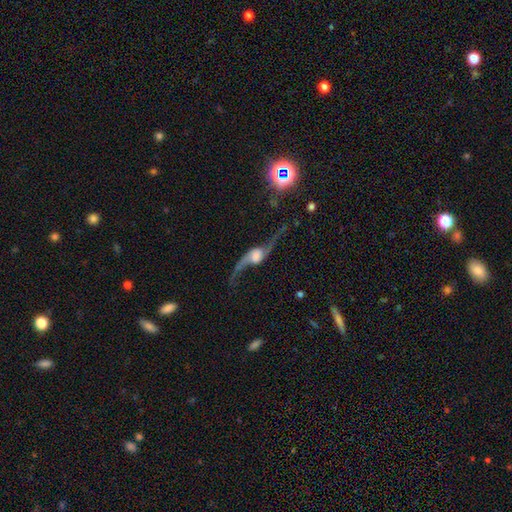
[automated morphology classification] Overall: featured or disk (88%). Edge-on disk: no (81%). Bar: no (52%; weak 32%). Spiral arms: yes (96%). Spiral arm count: 2 (94%). Spiral winding: loose (93%). Bulge size: large (33%; moderate 26%). Merging: none (69%).